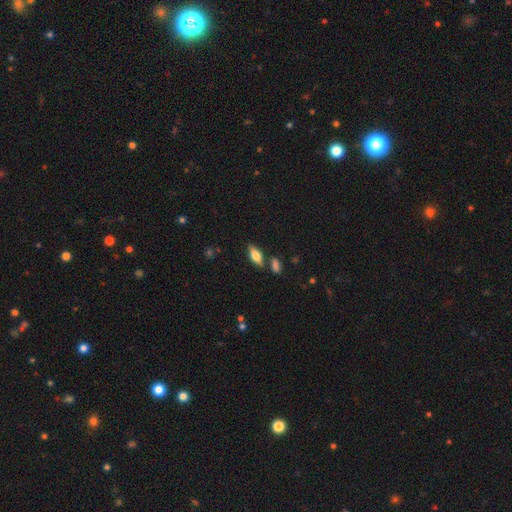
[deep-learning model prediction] Smooth or featured: smooth — 64% (featured or disk — 29%)
How rounded: in between — 75% (cigar-shaped — 22%)
Merging: none — 74% (minor disturbance — 12%)